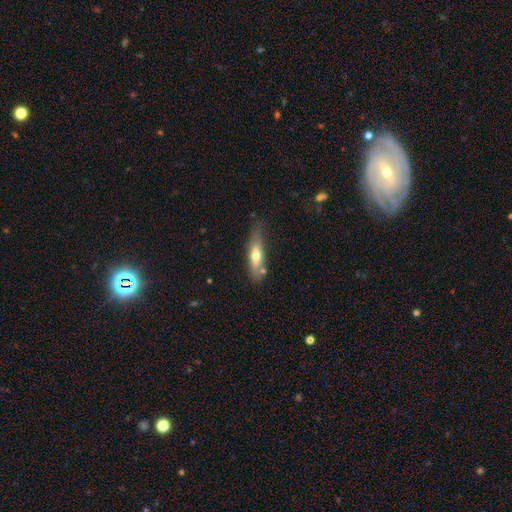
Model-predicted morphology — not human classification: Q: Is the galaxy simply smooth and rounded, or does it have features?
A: smooth — 55%.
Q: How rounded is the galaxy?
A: cigar-shaped — 59%.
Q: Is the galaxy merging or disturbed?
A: none — 66%.